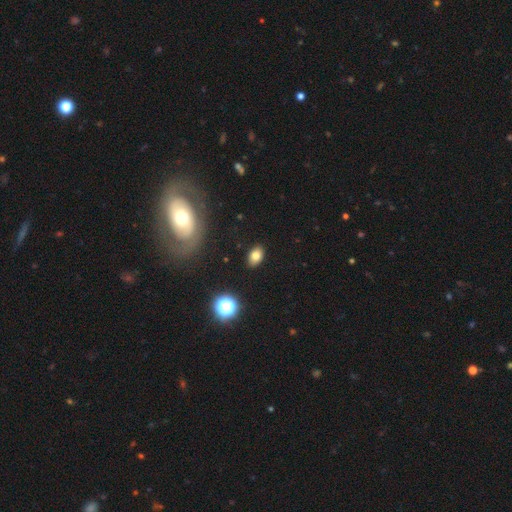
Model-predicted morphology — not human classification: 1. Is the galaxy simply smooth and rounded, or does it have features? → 78% smooth, 12% star or artifact, 10% featured or disk.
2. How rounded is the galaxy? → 86% in between, 12% round, 1% cigar-shaped.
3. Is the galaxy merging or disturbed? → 88% none, 9% minor disturbance, 2% major disturbance, 1% merger.